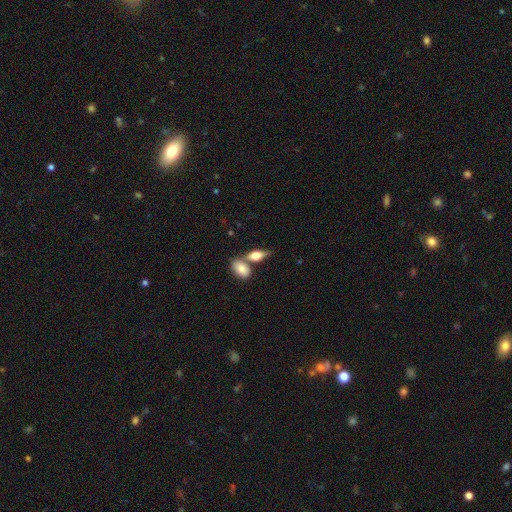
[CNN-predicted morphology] type=smooth (70%); roundness=in between (79%); merging=none (45%).